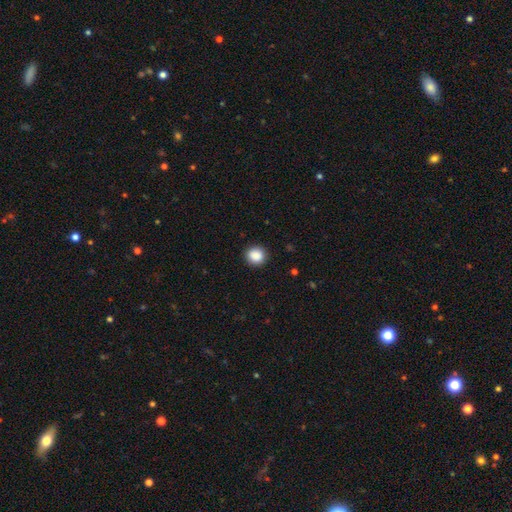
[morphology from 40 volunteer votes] smooth_or_featured: smooth (p=0.93) [alt: star or artifact p=0.07]
how_rounded: round (p=0.89) [alt: in between p=0.11]
merging: none (p=0.86) [alt: minor disturbance p=0.11]